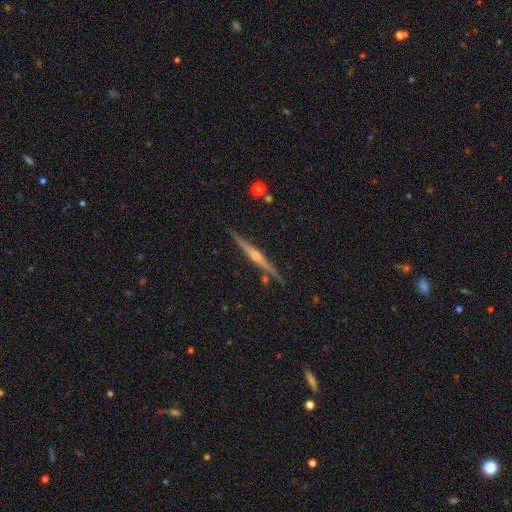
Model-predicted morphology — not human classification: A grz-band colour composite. It shows a featured or disk galaxy (81%) viewed edge-on (98%) with a rounded central bulge (77%). Merging: none (88%).